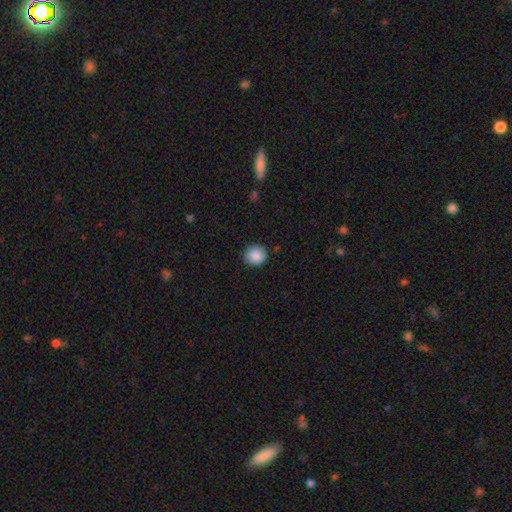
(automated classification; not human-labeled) Q: Smooth or featured?
A: smooth (88%); runner-up: star or artifact (8%)
Q: How rounded?
A: round (90%); runner-up: in between (9%)
Q: Merging?
A: none (91%); runner-up: minor disturbance (7%)